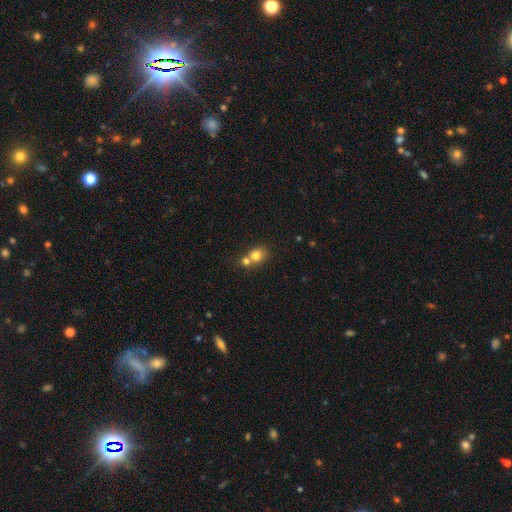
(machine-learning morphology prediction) This appears to be a smooth galaxy with no disk features (78%) that is round (72%). Merging: merger (51%).